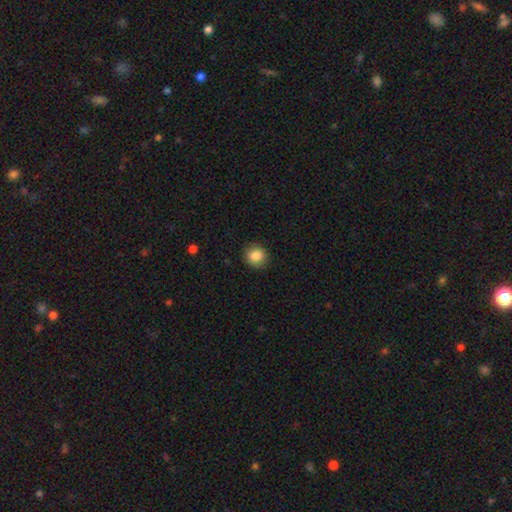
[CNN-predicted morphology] The model was most divided on "how rounded": round: 87%, in between: 12%, cigar-shaped: 1%. More confident: merging — none (90%); smooth or featured — smooth (86%).